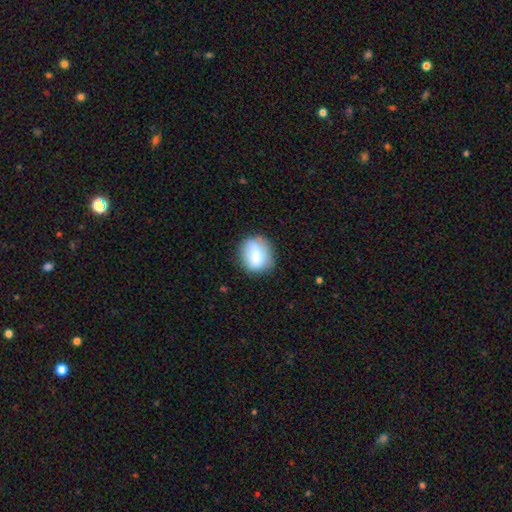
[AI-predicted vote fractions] Q: Smooth or featured?
A: smooth (75%); runner-up: featured or disk (16%)
Q: How rounded?
A: round (58%); runner-up: in between (40%)
Q: Merging?
A: none (74%); runner-up: minor disturbance (18%)